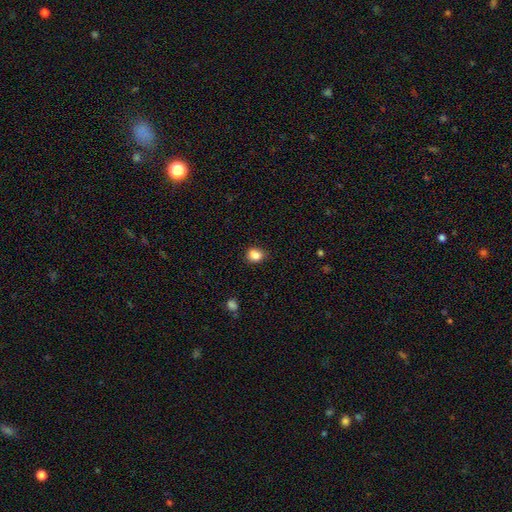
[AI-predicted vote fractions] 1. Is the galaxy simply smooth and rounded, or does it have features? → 85% smooth, 10% star or artifact, 4% featured or disk.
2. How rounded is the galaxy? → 54% round, 45% in between, 1% cigar-shaped.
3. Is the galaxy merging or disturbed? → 77% none, 18% minor disturbance, 3% major disturbance, 2% merger.